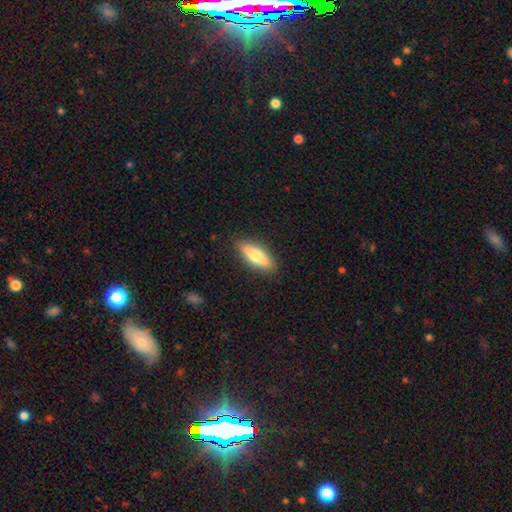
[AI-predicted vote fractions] smooth_or_featured: smooth (p=0.63) [alt: featured or disk p=0.31]
how_rounded: in between (p=0.49) [alt: cigar-shaped p=0.48]
merging: none (p=0.89) [alt: minor disturbance p=0.08]